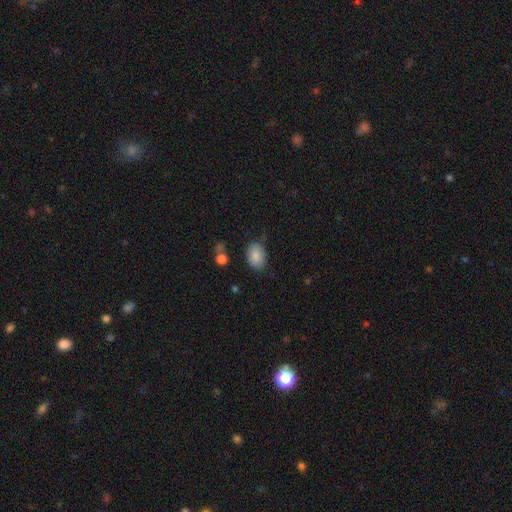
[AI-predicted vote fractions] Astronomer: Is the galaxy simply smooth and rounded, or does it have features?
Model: smooth — 85%.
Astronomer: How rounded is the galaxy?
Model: in between — 83%.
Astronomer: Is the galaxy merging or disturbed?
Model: none — 74%.